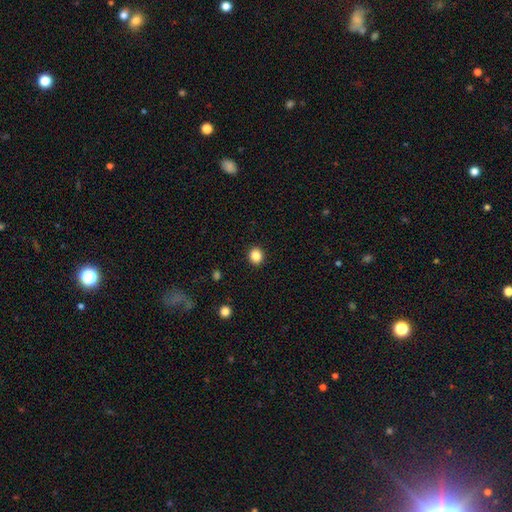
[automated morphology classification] The model was most divided on "how rounded": round: 83%, in between: 16%, cigar-shaped: 1%. More confident: merging — none (92%); smooth or featured — smooth (86%).